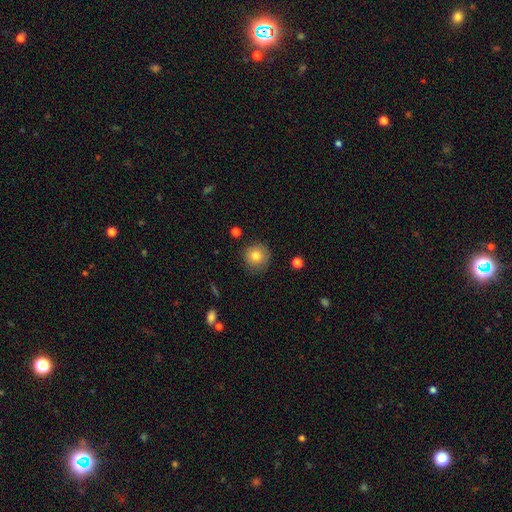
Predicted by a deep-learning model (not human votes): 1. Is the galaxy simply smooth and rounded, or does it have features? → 81% smooth, 10% star or artifact, 9% featured or disk.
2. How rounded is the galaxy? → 93% round, 6% in between, 1% cigar-shaped.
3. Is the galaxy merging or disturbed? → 86% none, 10% minor disturbance, 3% major disturbance, 2% merger.